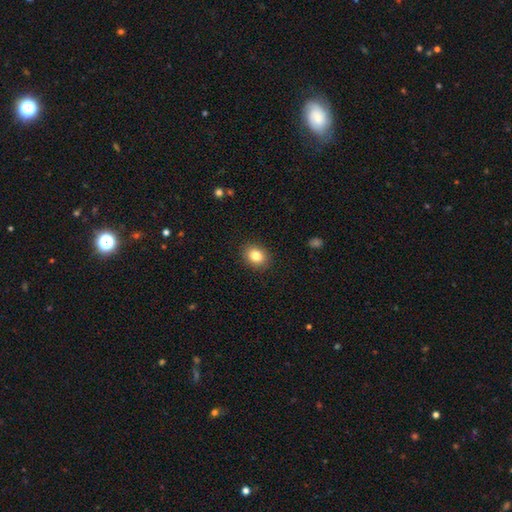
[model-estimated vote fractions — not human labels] smooth-or-featured: smooth: 84% | star or artifact: 9% | featured or disk: 7%
  how-rounded: in between: 54% | round: 45% | cigar-shaped: 1%
  merging: none: 90% | minor disturbance: 7% | major disturbance: 2% | merger: 1%